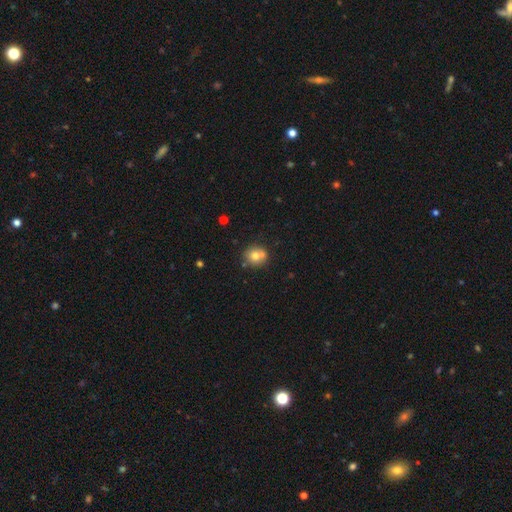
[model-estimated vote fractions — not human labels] smooth_or_featured: smooth (p=0.73) [alt: featured or disk p=0.16]
how_rounded: round (p=0.82) [alt: in between p=0.17]
merging: none (p=0.64) [alt: merger p=0.21]